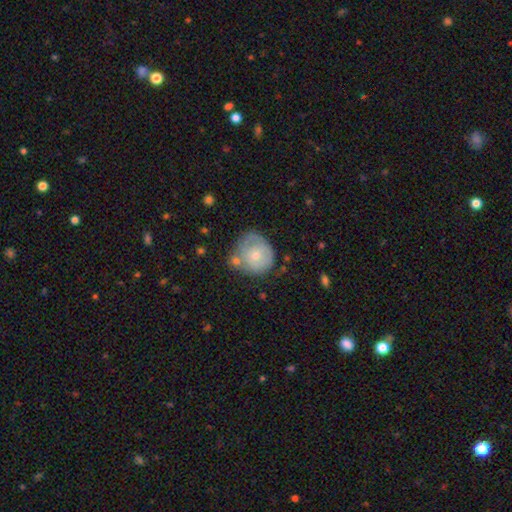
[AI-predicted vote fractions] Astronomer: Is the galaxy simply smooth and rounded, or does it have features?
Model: smooth — 54% (runner-up: featured or disk, 39%).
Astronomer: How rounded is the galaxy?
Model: round — 82%.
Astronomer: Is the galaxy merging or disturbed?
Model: none — 45% (runner-up: minor disturbance, 28%).